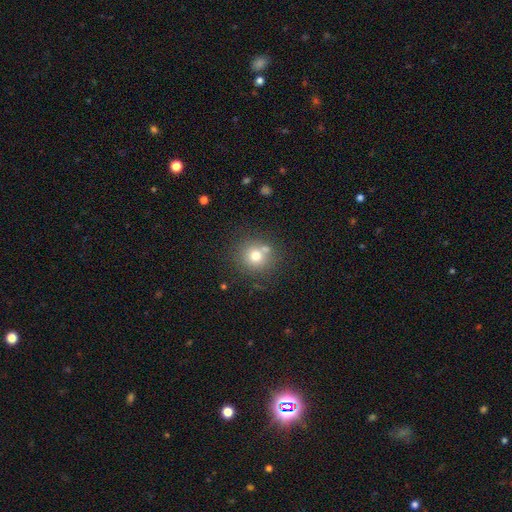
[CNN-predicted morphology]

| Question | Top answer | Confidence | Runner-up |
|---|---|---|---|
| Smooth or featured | smooth | 72% | featured or disk (14%) |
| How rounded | round | 89% | in between (10%) |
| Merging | none | 69% | merger (16%) |